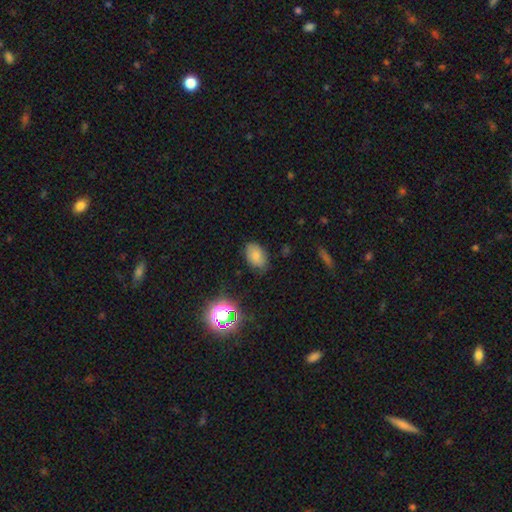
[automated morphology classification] Smooth or featured? smooth (78%)
How rounded? in between (87%)
Merging? none (78%)